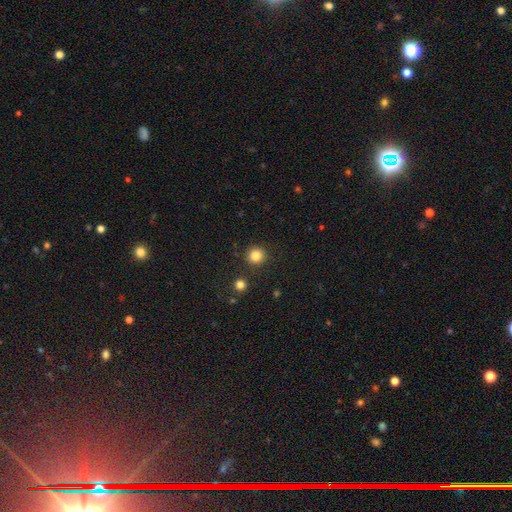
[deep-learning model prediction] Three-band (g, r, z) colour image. It shows a smooth galaxy with no disk features (84%) that is round (94%). Merging: none (90%).